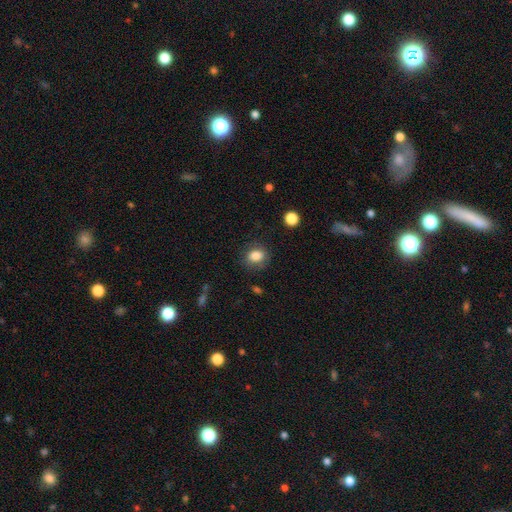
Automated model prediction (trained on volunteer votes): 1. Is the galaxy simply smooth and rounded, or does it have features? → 84% smooth, 9% star or artifact, 7% featured or disk.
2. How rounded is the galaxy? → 52% in between, 47% round, 1% cigar-shaped.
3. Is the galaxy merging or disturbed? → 79% none, 15% minor disturbance, 5% major disturbance, 1% merger.